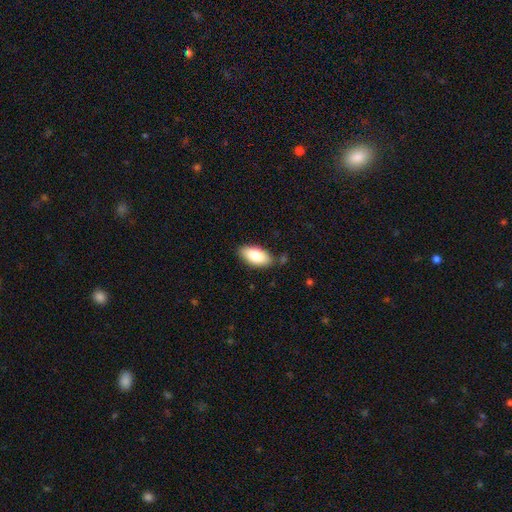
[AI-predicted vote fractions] Morphology: type=smooth (82%); roundness=in between (91%); merging=none (83%).